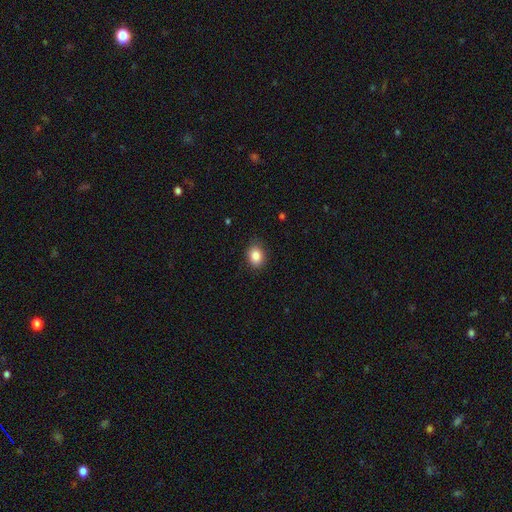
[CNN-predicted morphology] Smooth or featured? smooth (85%)
How rounded? in between (51%)
Merging? none (86%)